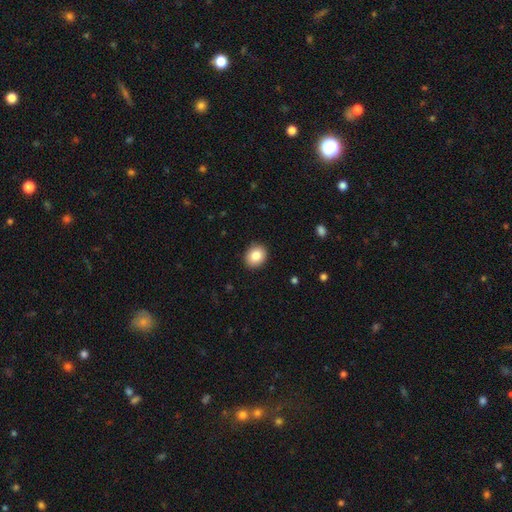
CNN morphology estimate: Smooth or featured: smooth — 85% (star or artifact — 8%)
How rounded: round — 53% (in between — 46%)
Merging: none — 91% (minor disturbance — 7%)